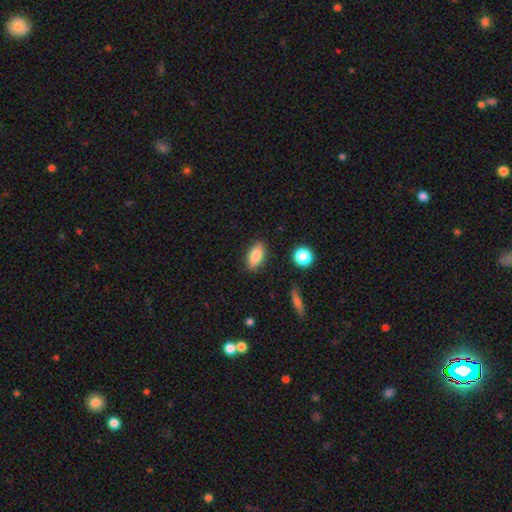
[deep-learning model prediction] This is clearly a smooth galaxy (82%). How rounded: clearly in between (83%). Merging: clearly none (86%).